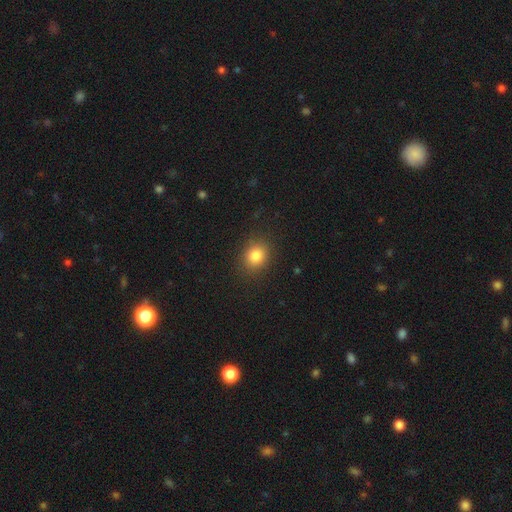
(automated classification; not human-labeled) Smooth or featured? Predicted: smooth (p=0.82). How rounded? Predicted: round (p=0.63). Merging? Predicted: none (p=0.87).